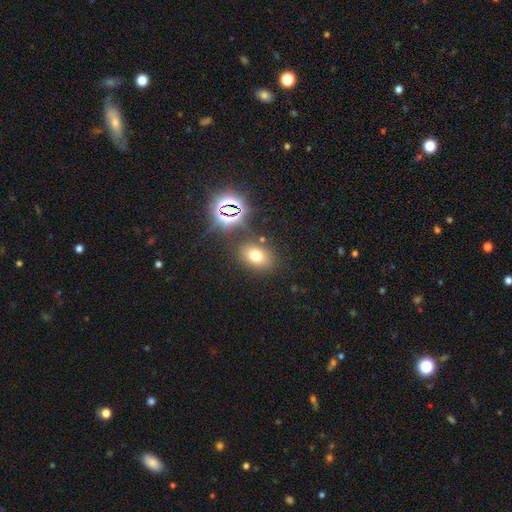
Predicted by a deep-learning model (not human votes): smooth_or_featured: smooth (p=0.65) [alt: star or artifact p=0.24]
how_rounded: in between (p=0.72) [alt: round p=0.26]
merging: none (p=0.79) [alt: minor disturbance p=0.11]